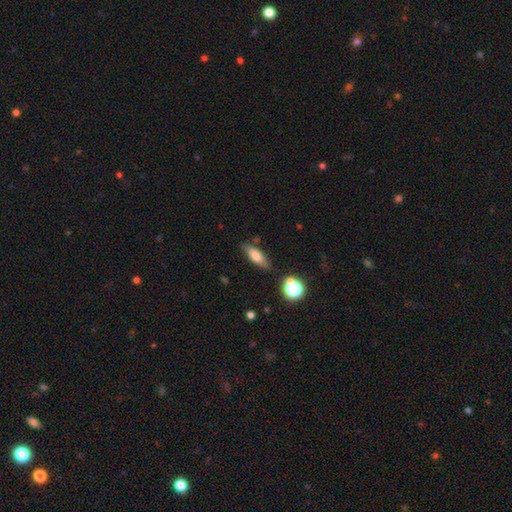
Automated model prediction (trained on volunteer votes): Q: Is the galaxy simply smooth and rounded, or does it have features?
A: smooth — 72%.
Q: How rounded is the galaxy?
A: in between — 59%.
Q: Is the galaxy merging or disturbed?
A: none — 79%.